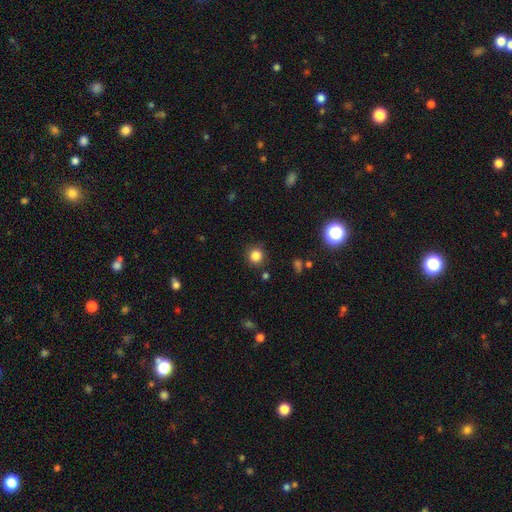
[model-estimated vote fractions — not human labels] A smooth galaxy with no disk features (83%) that is round (92%). Merging: none (87%).